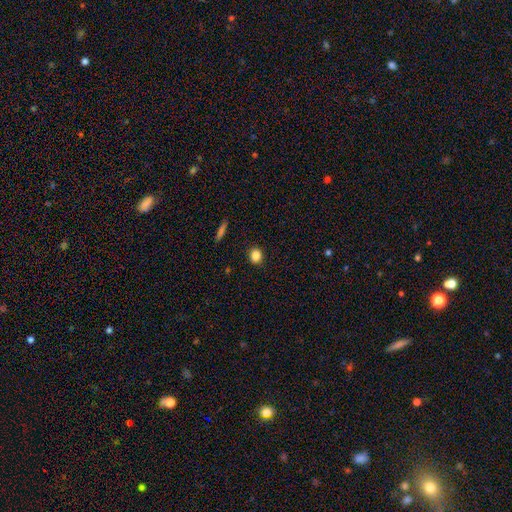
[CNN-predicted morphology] A smooth galaxy with no disk features (85%) that is round (69%).

Vote fractions:
- Smooth or featured? smooth: 85% / star or artifact: 10% / featured or disk: 5%
- How rounded? round: 69% / in between: 29% / cigar-shaped: 2%
- Merging? none: 90% / minor disturbance: 7% / major disturbance: 2% / merger: 1%